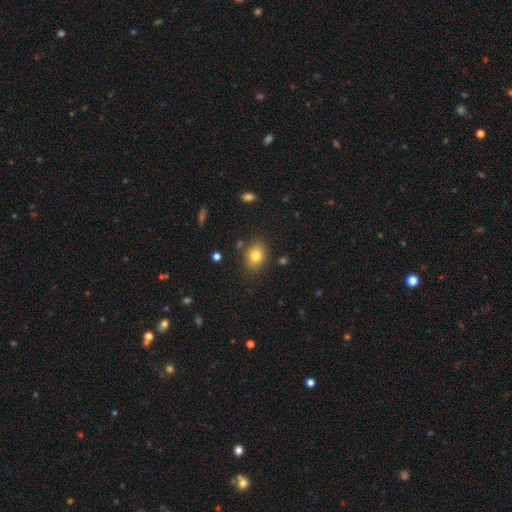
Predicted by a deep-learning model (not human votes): Overall: smooth (79%). How rounded: in between (56%; round 43%). Merging: none (83%).